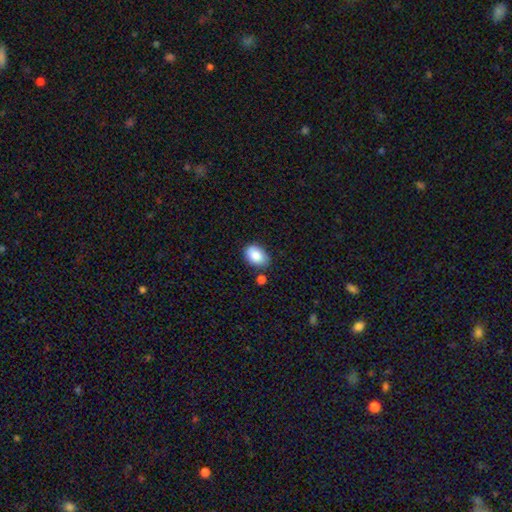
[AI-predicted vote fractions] smooth_or_featured: smooth (p=0.85) [alt: star or artifact p=0.08]
how_rounded: in between (p=0.82) [alt: round p=0.17]
merging: none (p=0.75) [alt: minor disturbance p=0.16]